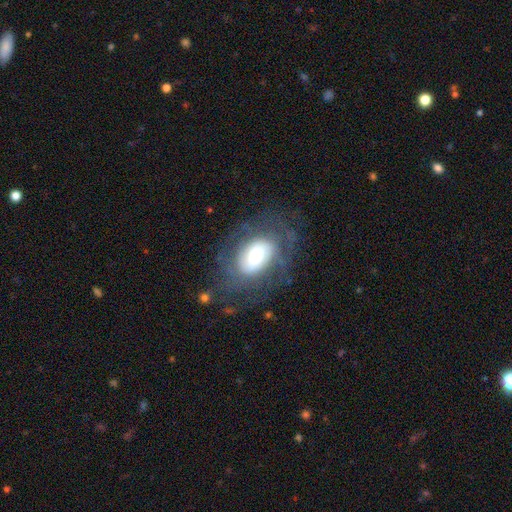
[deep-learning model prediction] Morphology: type=featured or disk (53%); edge-on=no (94%); merging=none (67%).